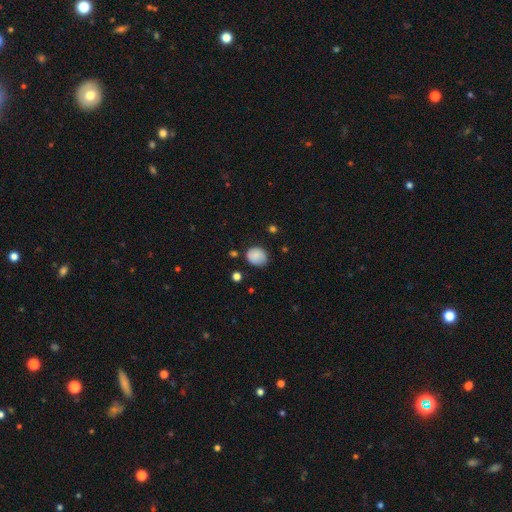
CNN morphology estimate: A smooth galaxy with no disk features (85%) that is round (69%). Merging: none (74%).